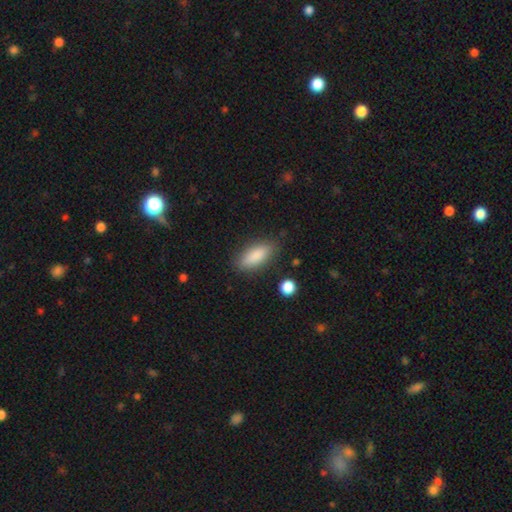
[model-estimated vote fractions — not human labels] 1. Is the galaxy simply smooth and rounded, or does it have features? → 85% smooth, 8% featured or disk, 6% star or artifact.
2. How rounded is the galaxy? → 73% in between, 25% cigar-shaped, 2% round.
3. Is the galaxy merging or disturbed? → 83% none, 12% minor disturbance, 3% major disturbance, 2% merger.